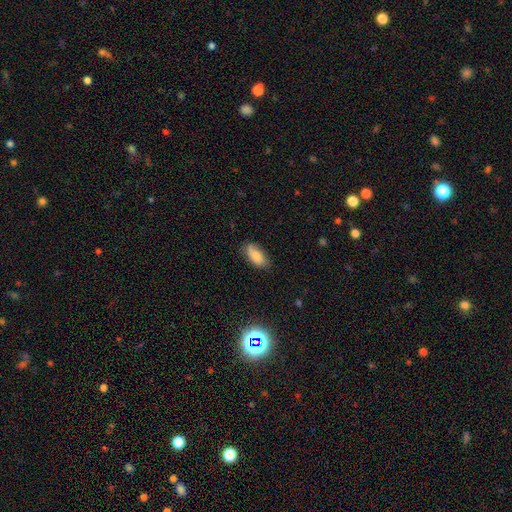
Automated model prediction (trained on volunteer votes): A smooth galaxy with no disk features (78%) that is in between round and cigar-shaped (89%). Merging: none (70%).